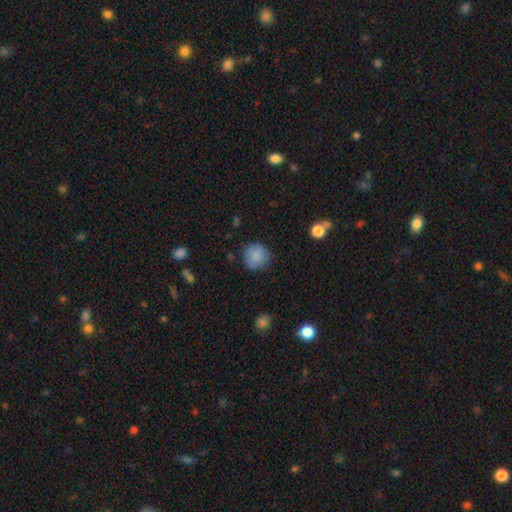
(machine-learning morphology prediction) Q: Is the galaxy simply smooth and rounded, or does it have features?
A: smooth — 82%.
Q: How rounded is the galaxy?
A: round — 89%.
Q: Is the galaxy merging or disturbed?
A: none — 75%.